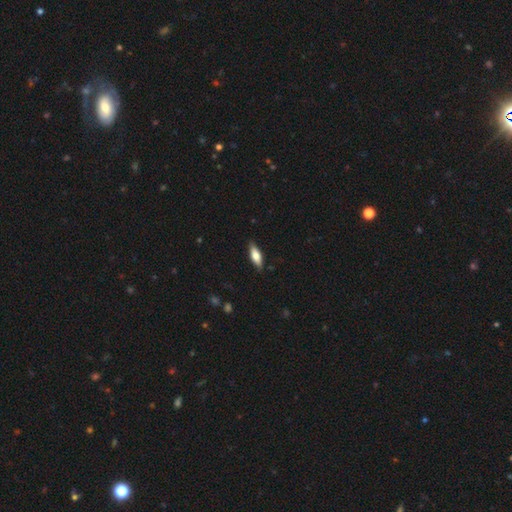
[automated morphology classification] This is likely a smooth galaxy (66%). How rounded: likely in between (61%). Merging: clearly none (86%).